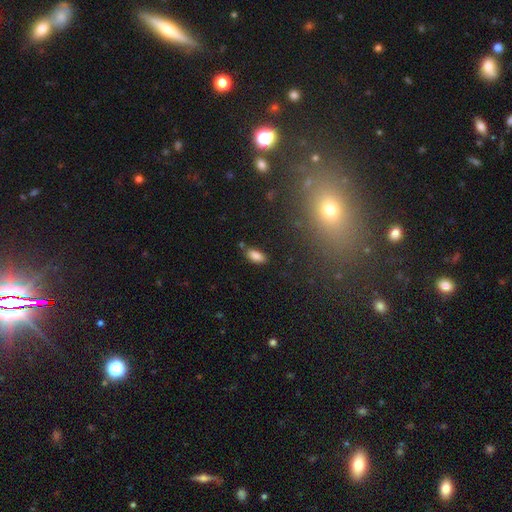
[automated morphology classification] smooth_or_featured: smooth (p=0.83) [alt: star or artifact p=0.10]
how_rounded: in between (p=0.90) [alt: cigar-shaped p=0.07]
merging: none (p=0.81) [alt: minor disturbance p=0.13]